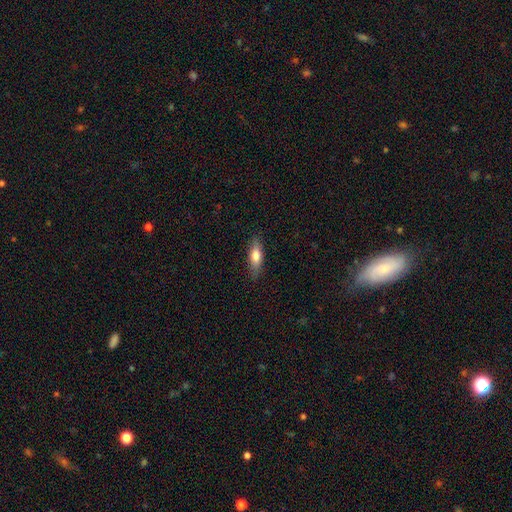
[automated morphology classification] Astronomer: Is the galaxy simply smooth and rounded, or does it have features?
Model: smooth — 74%.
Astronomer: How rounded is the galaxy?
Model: in between — 57% (runner-up: cigar-shaped, 41%).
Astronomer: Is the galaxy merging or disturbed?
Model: none — 83%.